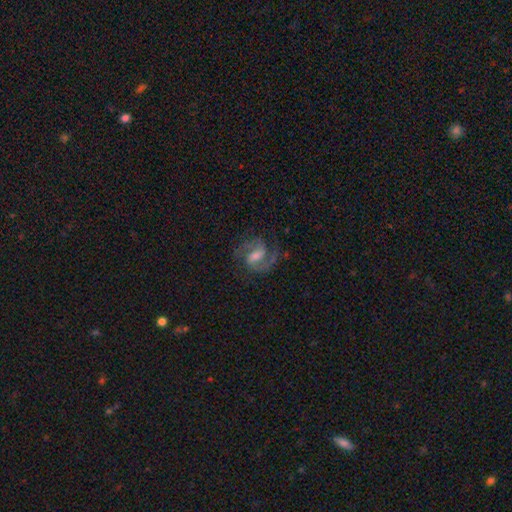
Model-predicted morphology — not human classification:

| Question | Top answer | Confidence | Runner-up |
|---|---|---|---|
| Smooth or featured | featured or disk | 87% | smooth (7%) |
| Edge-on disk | no | 98% | yes (2%) |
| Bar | weak | 54% | strong (27%) |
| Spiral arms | yes | 97% | no (3%) |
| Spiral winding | medium | 60% | tight (22%) |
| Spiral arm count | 2 | 89% | can't tell (3%) |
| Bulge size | moderate | 46% | small (33%) |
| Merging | none | 74% | minor disturbance (15%) |